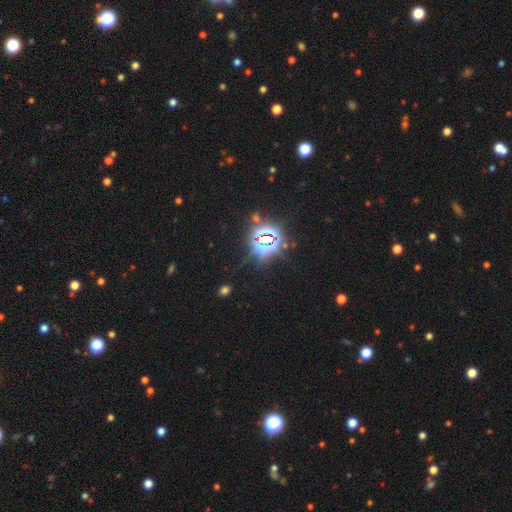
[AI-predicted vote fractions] Q: Smooth or featured?
A: star or artifact (77%); runner-up: smooth (16%)